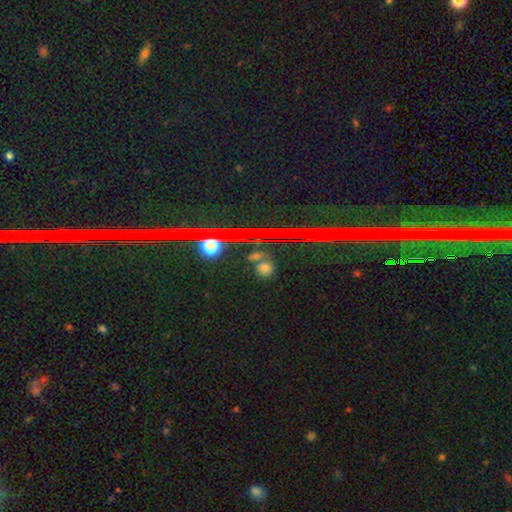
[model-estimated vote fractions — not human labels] Smooth or featured? Predicted: star or artifact (p=0.60).